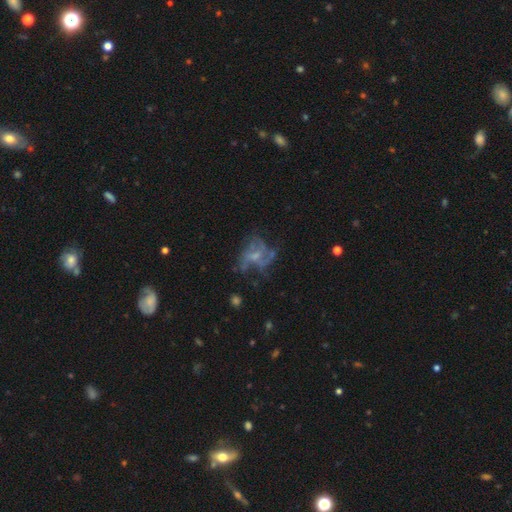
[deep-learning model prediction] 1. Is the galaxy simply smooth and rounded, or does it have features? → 68% featured or disk, 18% smooth, 14% star or artifact.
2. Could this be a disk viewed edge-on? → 98% no, 2% yes.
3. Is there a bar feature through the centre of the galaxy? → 67% no, 29% weak, 5% strong.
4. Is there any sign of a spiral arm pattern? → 67% yes, 33% no.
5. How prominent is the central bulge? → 54% small, 27% moderate, 16% none, 2% large, 1% dominant.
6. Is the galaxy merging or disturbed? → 48% none, 29% major disturbance, 19% minor disturbance, 4% merger.